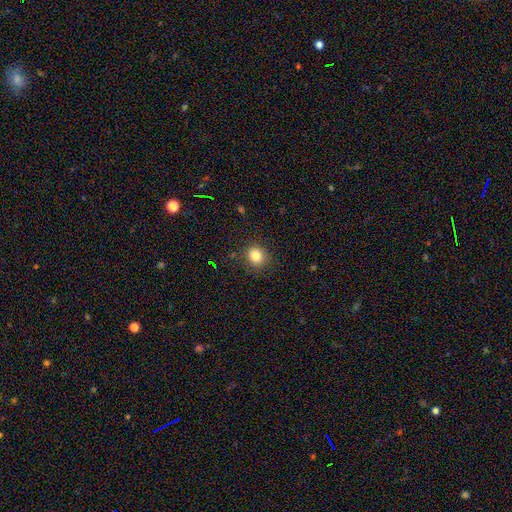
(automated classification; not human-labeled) Smooth or featured? Predicted: smooth (p=0.82). How rounded? Predicted: round (p=0.77). Merging? Predicted: none (p=0.86).